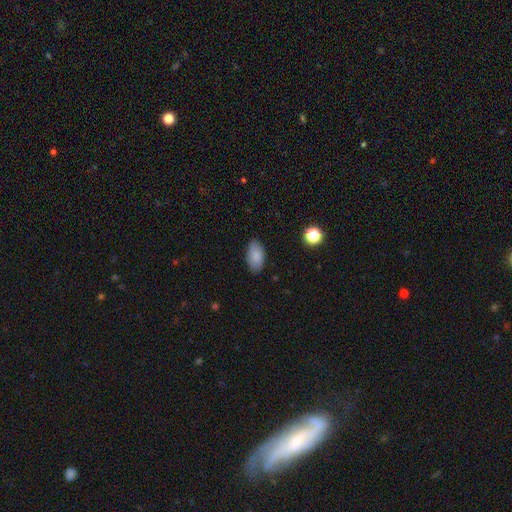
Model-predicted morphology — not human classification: smooth-or-featured: smooth: 86% | star or artifact: 7% | featured or disk: 6%
  how-rounded: in between: 94% | round: 4% | cigar-shaped: 2%
  merging: none: 85% | minor disturbance: 11% | major disturbance: 3% | merger: 1%